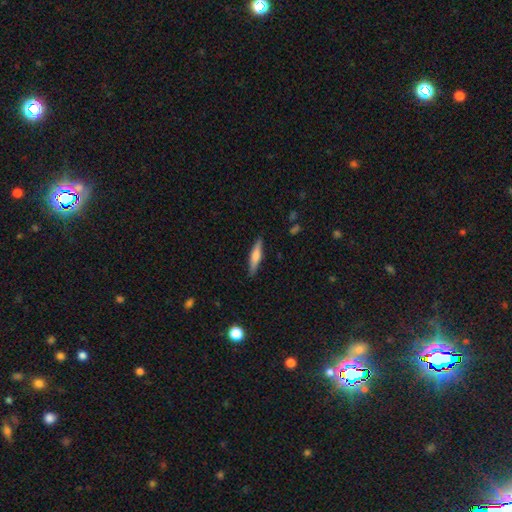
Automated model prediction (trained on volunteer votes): Smooth or featured?
  - smooth: 52% *
  - featured or disk: 42%
  - star or artifact: 6%
How rounded?
  - cigar-shaped: 84% *
  - in between: 14%
  - round: 2%
Merging?
  - none: 88% *
  - minor disturbance: 9%
  - major disturbance: 2%
  - merger: 1%